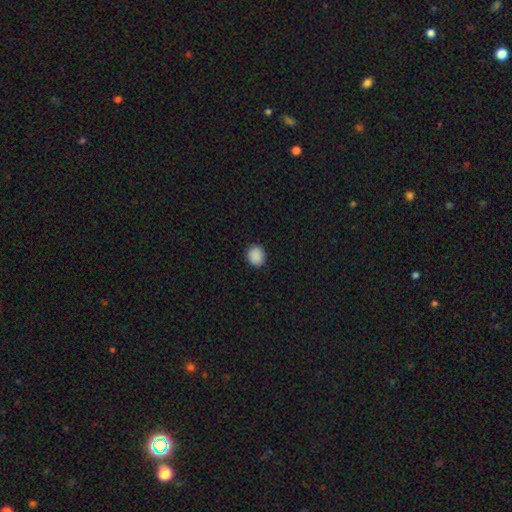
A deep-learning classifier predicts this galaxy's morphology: Smooth or featured: smooth — 89% (star or artifact — 9%)
How rounded: round — 72% (in between — 27%)
Merging: none — 88% (minor disturbance — 9%)